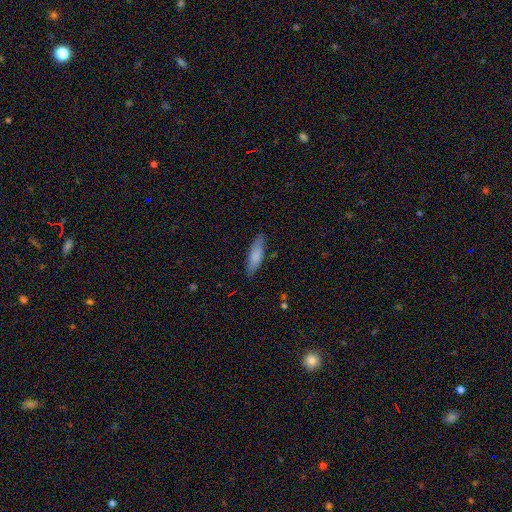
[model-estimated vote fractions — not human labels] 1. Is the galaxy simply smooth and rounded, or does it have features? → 81% smooth, 13% featured or disk, 6% star or artifact.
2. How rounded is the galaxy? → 54% cigar-shaped, 45% in between, 1% round.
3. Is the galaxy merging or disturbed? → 84% none, 12% minor disturbance, 2% major disturbance, 1% merger.